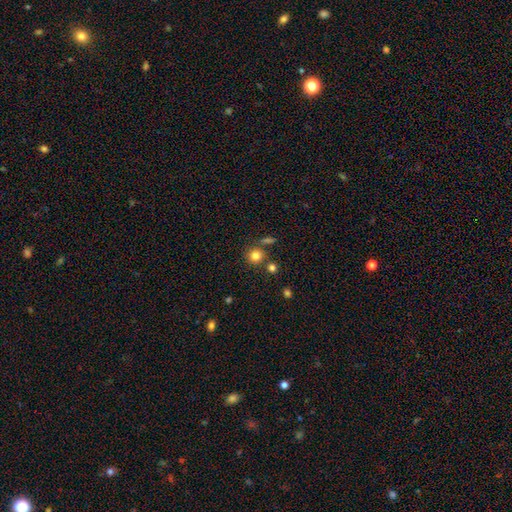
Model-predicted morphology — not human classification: type=smooth (81%); roundness=round (92%); merging=none (77%).